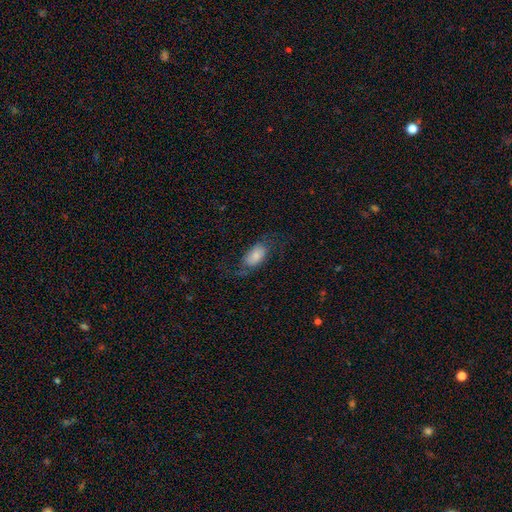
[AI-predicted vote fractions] Smooth or featured?
  - smooth: 62% *
  - featured or disk: 30%
  - star or artifact: 8%
How rounded?
  - in between: 92% *
  - round: 5%
  - cigar-shaped: 3%
Merging?
  - none: 54% *
  - major disturbance: 23%
  - minor disturbance: 22%
  - merger: 2%